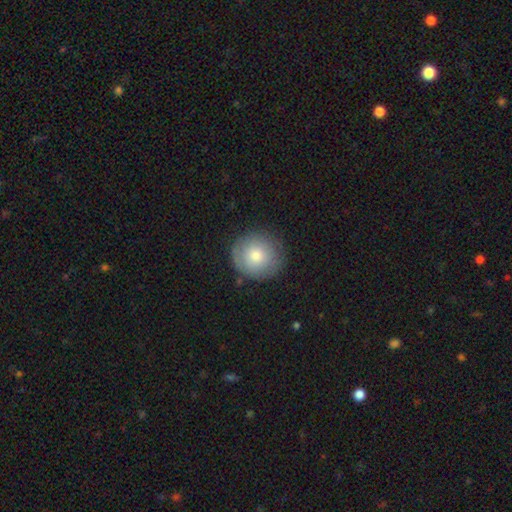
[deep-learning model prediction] smooth 73%, featured or disk 18%, star or artifact 8%. Down the decision tree: how rounded — round (93%); merging — none (84%).